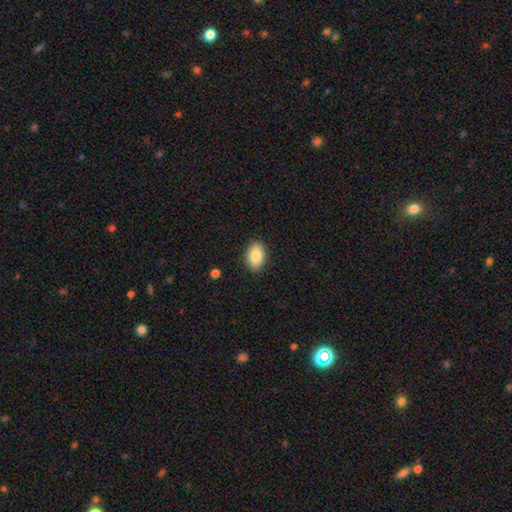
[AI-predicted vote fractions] This is clearly a smooth galaxy (85%). How rounded: clearly in between (90%). Merging: clearly none (89%).